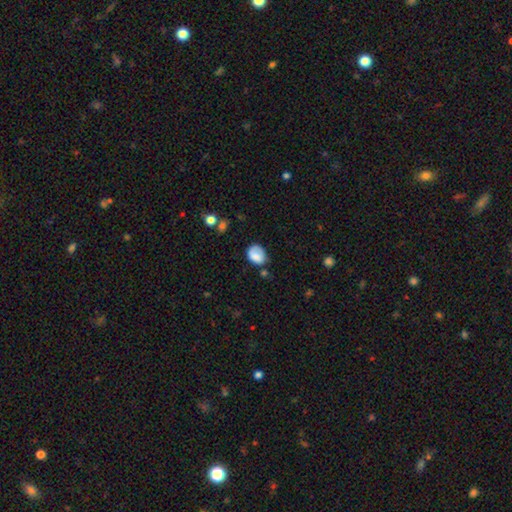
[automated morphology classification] smooth 79%, featured or disk 13%, star or artifact 8%. Down the decision tree: how rounded — in between (57%); merging — none (51%).